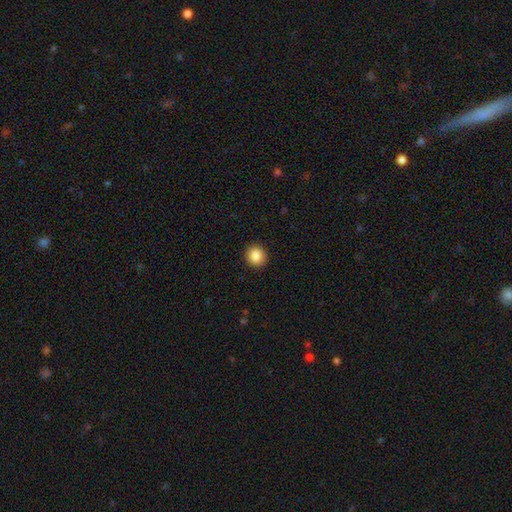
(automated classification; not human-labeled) Smooth or featured? Predicted: smooth (p=0.88). How rounded? Predicted: round (p=0.88). Merging? Predicted: none (p=0.91).